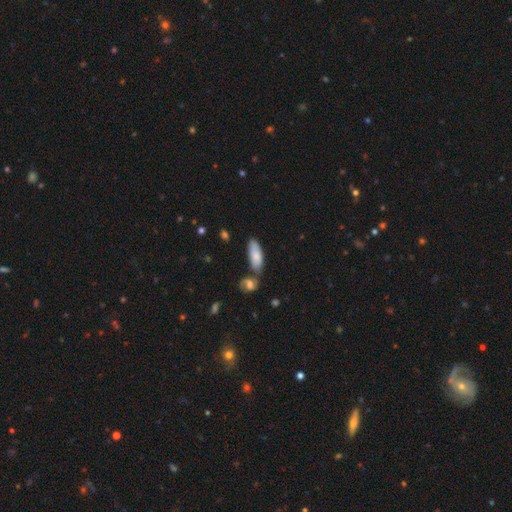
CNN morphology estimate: Smooth or featured? Predicted: smooth (p=0.77). How rounded? Predicted: in between (p=0.76). Merging? Predicted: none (p=0.53).